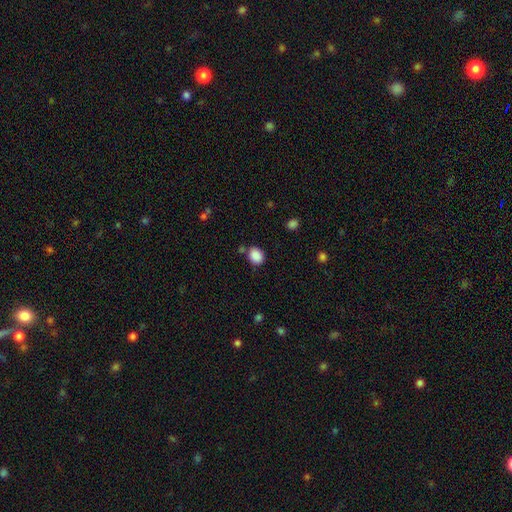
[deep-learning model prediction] Morphology: type=smooth (88%); roundness=in between (50%, tied with round); merging=none (73%).